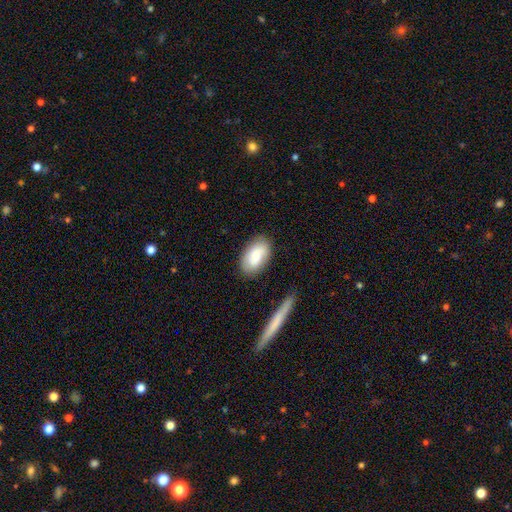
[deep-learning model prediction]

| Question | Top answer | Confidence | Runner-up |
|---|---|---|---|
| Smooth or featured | smooth | 78% | featured or disk (15%) |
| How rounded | in between | 91% | round (7%) |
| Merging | none | 77% | minor disturbance (16%) |